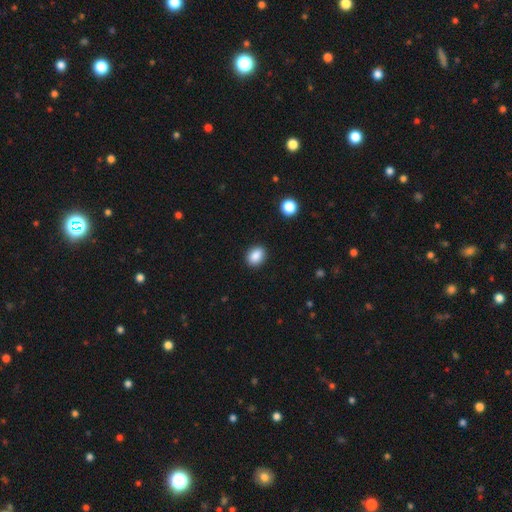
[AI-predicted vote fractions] Smooth or featured: smooth — 87% (star or artifact — 9%)
How rounded: in between — 60% (round — 39%)
Merging: none — 89% (minor disturbance — 7%)